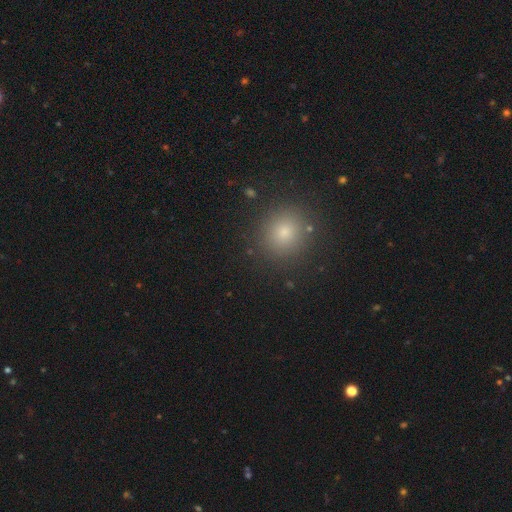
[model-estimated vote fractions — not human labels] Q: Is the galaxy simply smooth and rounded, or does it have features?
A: smooth — 63%.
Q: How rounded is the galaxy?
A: round — 90%.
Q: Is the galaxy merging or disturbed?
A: none — 91%.